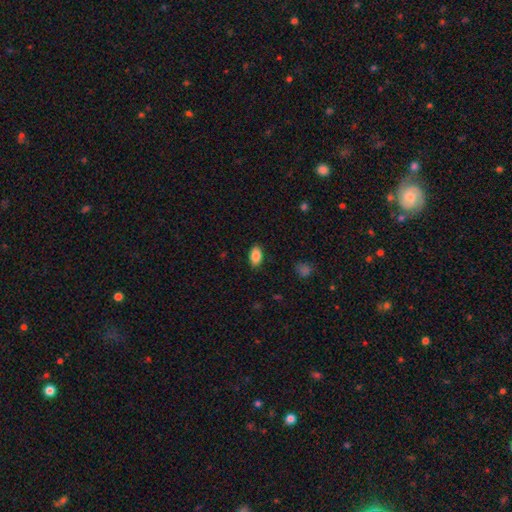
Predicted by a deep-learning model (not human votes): Smooth or featured? smooth (87%)
How rounded? in between (92%)
Merging? none (87%)